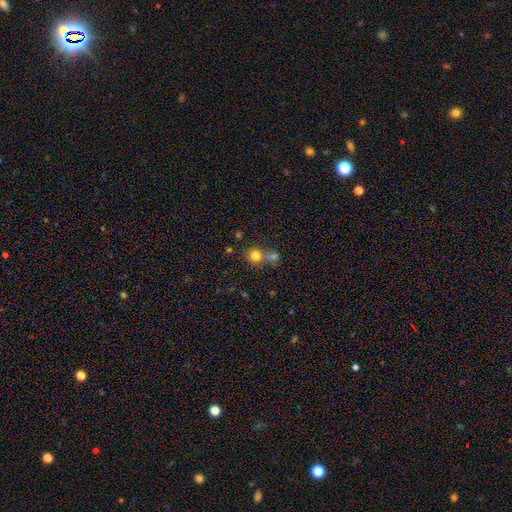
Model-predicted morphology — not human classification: Smooth or featured? Predicted: smooth (p=0.78). How rounded? Predicted: round (p=0.87). Merging? Predicted: none (p=0.52).